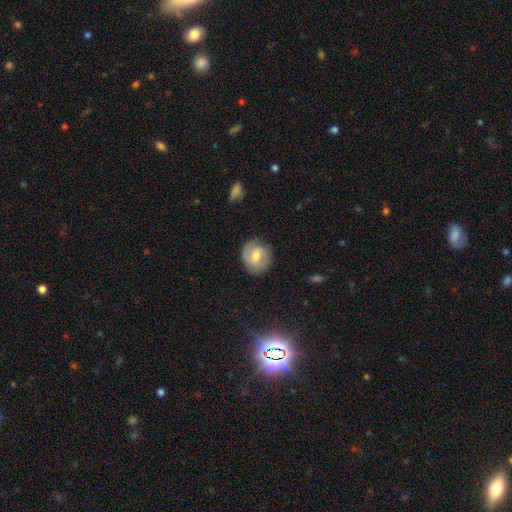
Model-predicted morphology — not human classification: type=smooth (50%); merging=none (79%).